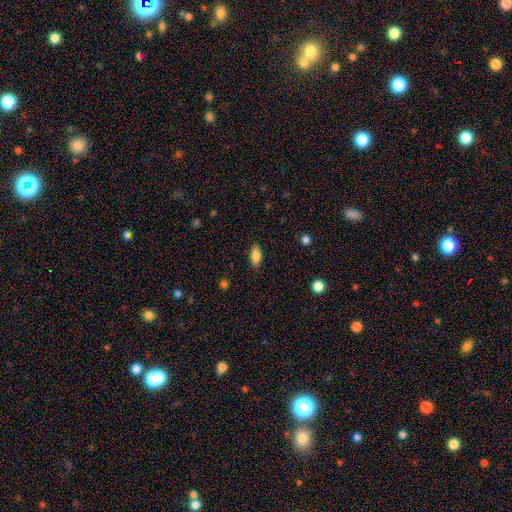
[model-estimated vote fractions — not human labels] A smooth galaxy with no disk features (86%) that is in between round and cigar-shaped (86%).

Vote fractions:
- Smooth or featured? smooth: 86% / star or artifact: 7% / featured or disk: 7%
- How rounded? in between: 86% / cigar-shaped: 11% / round: 3%
- Merging? none: 87% / minor disturbance: 10% / major disturbance: 2% / merger: 1%